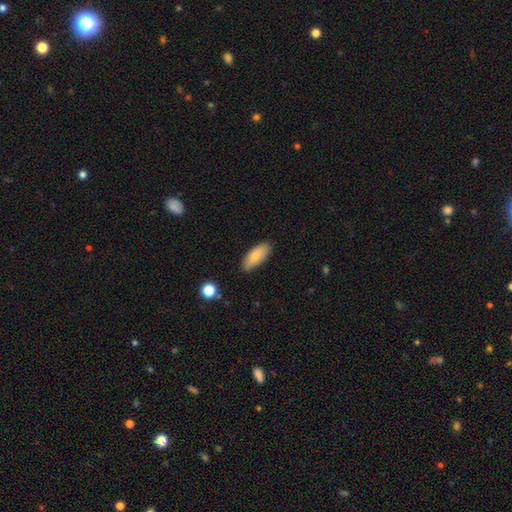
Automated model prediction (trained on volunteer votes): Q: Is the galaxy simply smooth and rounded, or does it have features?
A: smooth — 83%.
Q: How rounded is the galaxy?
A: in between — 81%.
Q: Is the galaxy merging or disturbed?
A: none — 83%.